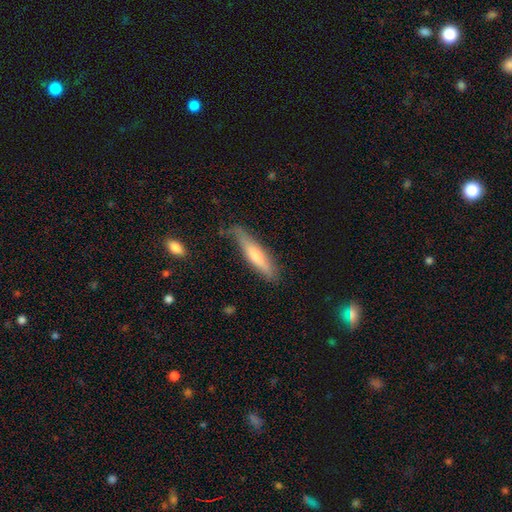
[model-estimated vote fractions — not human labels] smooth 59%, featured or disk 35%, star or artifact 6%. Down the decision tree: how rounded — cigar-shaped (82%); merging — none (64%).